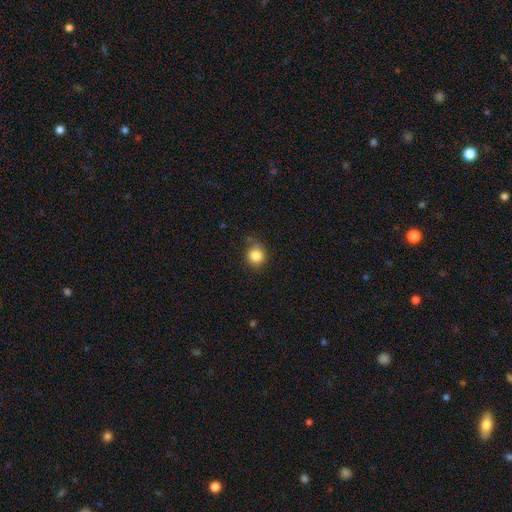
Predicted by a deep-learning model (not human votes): smooth 84%, star or artifact 10%, featured or disk 6%. Down the decision tree: how rounded — round (85%); merging — none (69%).